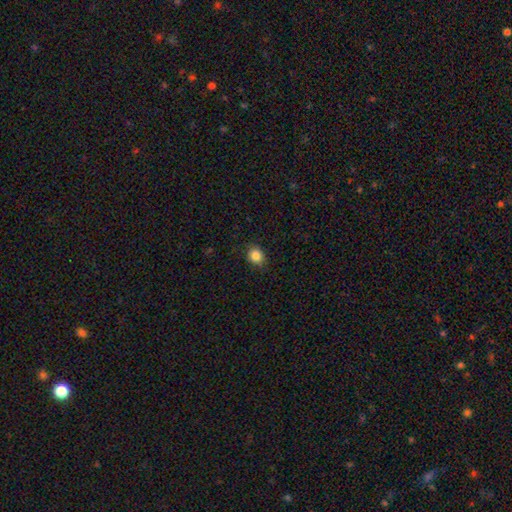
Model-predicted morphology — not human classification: smooth_or_featured: smooth (p=0.85) [alt: star or artifact p=0.10]
how_rounded: round (p=0.71) [alt: in between p=0.28]
merging: none (p=0.86) [alt: minor disturbance p=0.10]